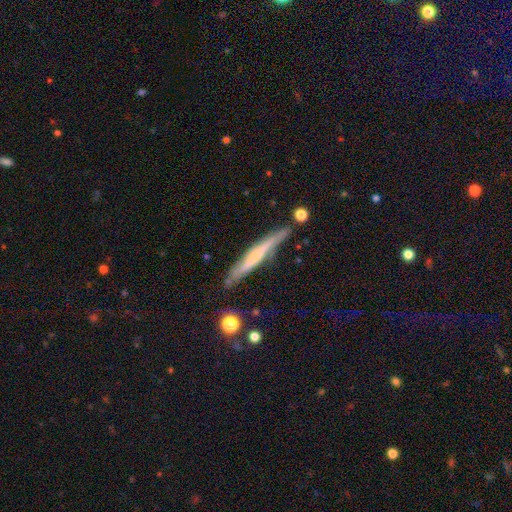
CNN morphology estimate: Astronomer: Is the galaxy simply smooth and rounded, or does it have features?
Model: featured or disk — 52% (runner-up: smooth, 41%).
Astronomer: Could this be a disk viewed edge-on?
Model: yes — 89%.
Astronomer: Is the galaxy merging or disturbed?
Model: none — 71%.